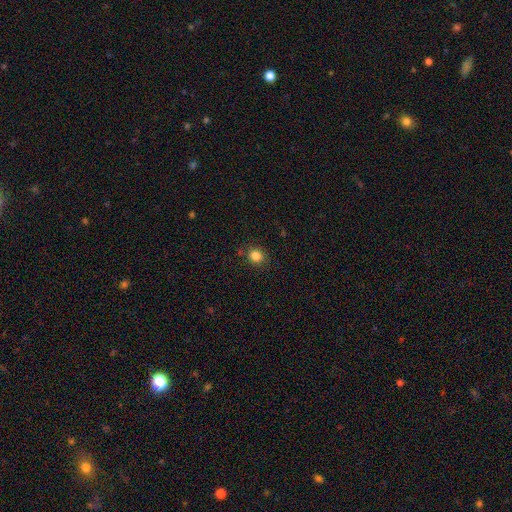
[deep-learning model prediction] smooth_or_featured: smooth (p=0.84) [alt: star or artifact p=0.12]
how_rounded: round (p=0.81) [alt: in between p=0.18]
merging: none (p=0.85) [alt: minor disturbance p=0.10]